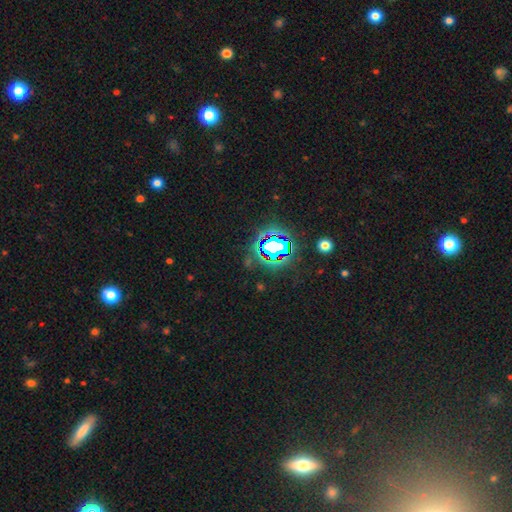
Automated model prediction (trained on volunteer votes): Smooth or featured? star or artifact (80%)